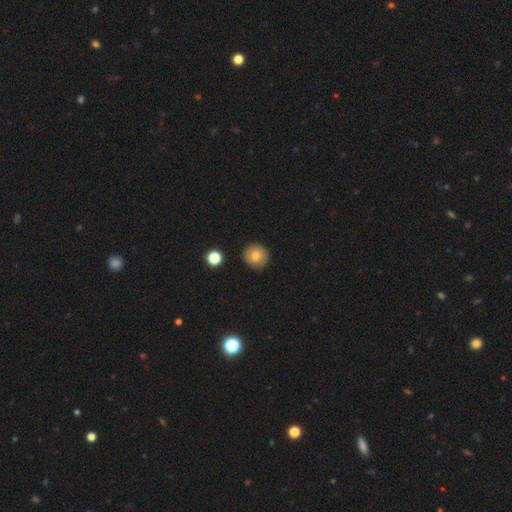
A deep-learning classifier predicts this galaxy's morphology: The model was most divided on "smooth or featured": smooth: 78%, featured or disk: 12%, star or artifact: 10%. More confident: how rounded — round (90%); merging — none (89%).